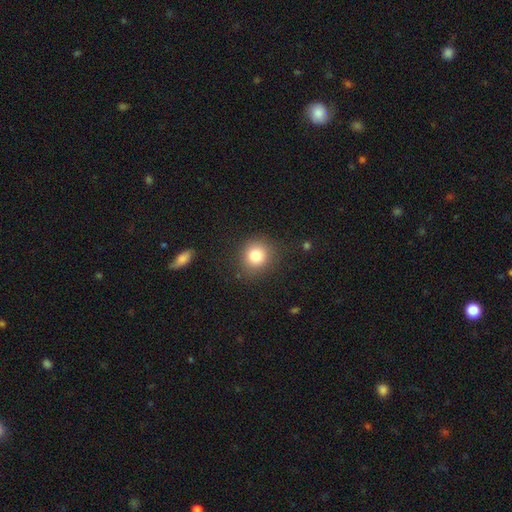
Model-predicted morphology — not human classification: smooth-or-featured: smooth: 82% | star or artifact: 11% | featured or disk: 7%
  how-rounded: round: 87% | in between: 12% | cigar-shaped: 1%
  merging: none: 85% | minor disturbance: 10% | major disturbance: 4% | merger: 2%